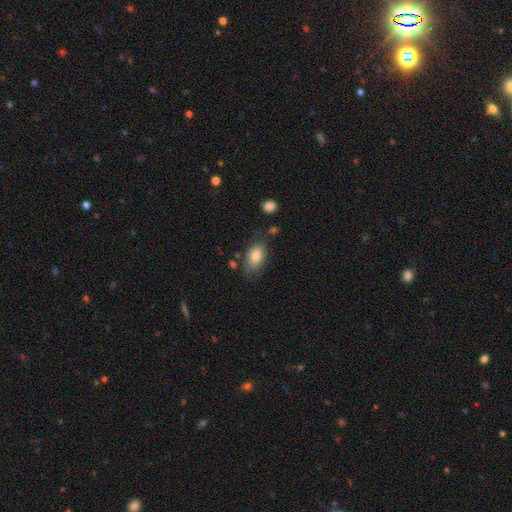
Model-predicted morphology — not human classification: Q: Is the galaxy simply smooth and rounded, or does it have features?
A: smooth — 80%.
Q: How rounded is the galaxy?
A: in between — 90%.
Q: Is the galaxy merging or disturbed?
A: none — 67%.